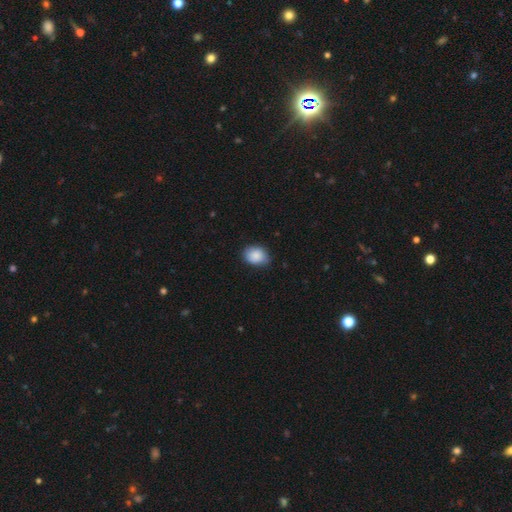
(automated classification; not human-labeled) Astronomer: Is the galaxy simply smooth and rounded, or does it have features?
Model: smooth — 87%.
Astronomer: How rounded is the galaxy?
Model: in between — 61% (runner-up: round, 38%).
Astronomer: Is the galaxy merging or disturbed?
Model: none — 73%.